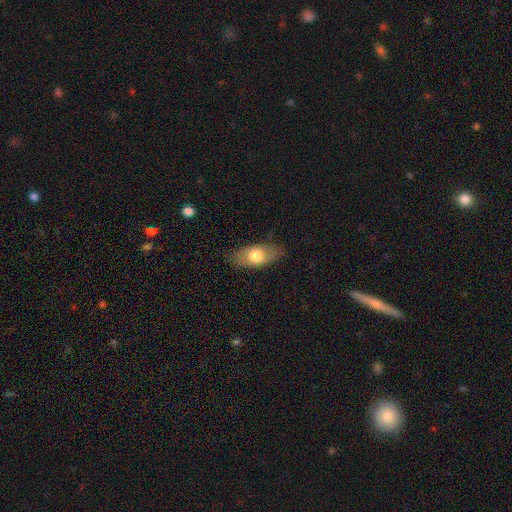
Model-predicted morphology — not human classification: Overall: smooth (69%). How rounded: in between (86%). Merging: none (80%).